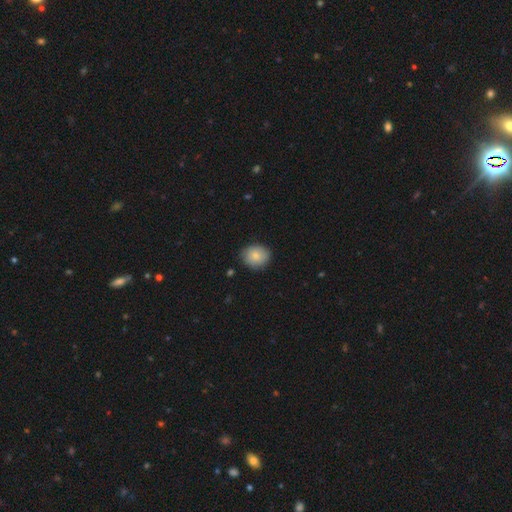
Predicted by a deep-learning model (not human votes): smooth 82%, featured or disk 10%, star or artifact 7%. Down the decision tree: how rounded — round (71%); merging — none (85%).